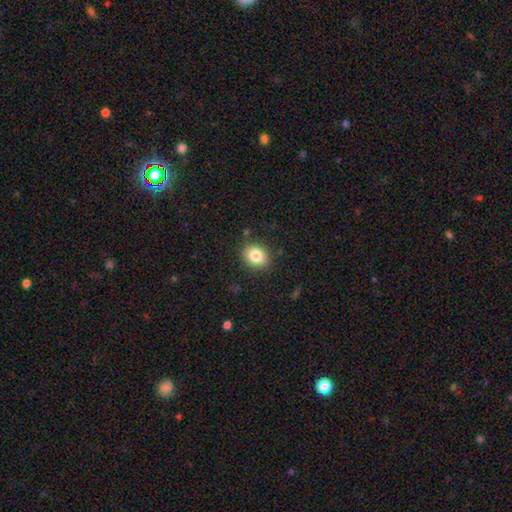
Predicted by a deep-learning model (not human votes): Smooth or featured? smooth (83%)
How rounded? round (56%)
Merging? none (86%)